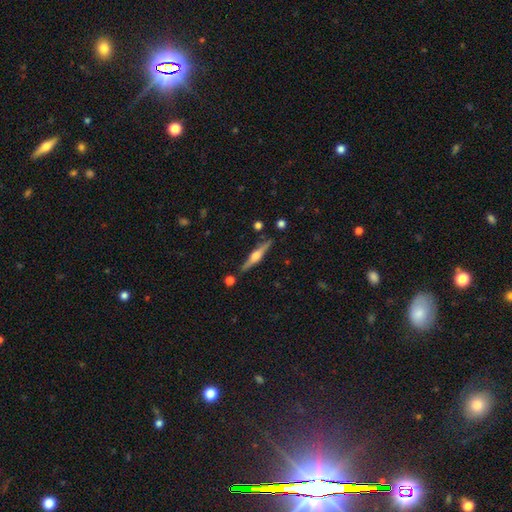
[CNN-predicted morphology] featured or disk 71%, smooth 23%, star or artifact 6%. Down the decision tree: edge-on disk — yes (97%); edge-on bulge — rounded (90%); merging — none (85%).